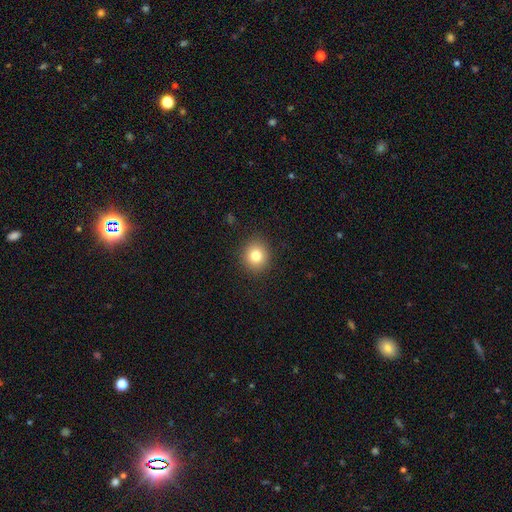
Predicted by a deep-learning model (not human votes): A smooth galaxy with no disk features (80%) that is round (86%).

Vote fractions:
- Smooth or featured? smooth: 80% / star or artifact: 12% / featured or disk: 8%
- How rounded? round: 86% / in between: 13% / cigar-shaped: 1%
- Merging? none: 90% / minor disturbance: 6% / major disturbance: 2% / merger: 1%